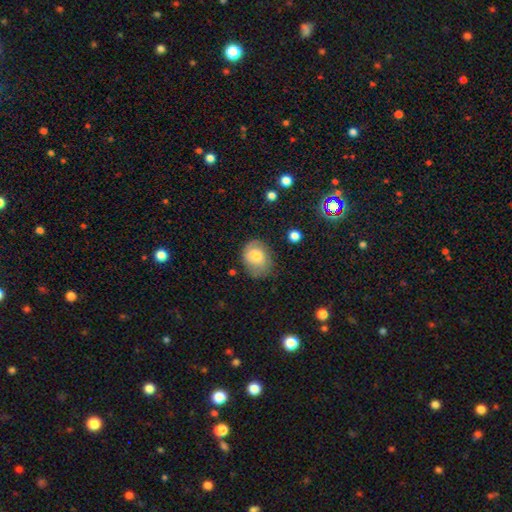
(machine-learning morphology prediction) Smooth or featured: smooth — 66% (featured or disk — 26%)
How rounded: in between — 53% (round — 46%)
Merging: none — 61% (minor disturbance — 28%)